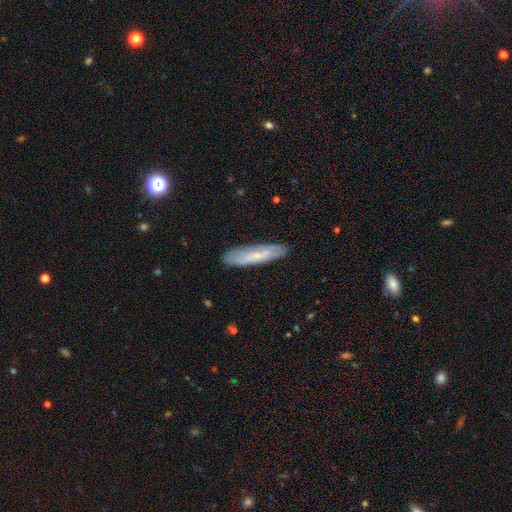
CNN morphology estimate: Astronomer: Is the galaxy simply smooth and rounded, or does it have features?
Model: smooth — 47% (runner-up: featured or disk, 45%).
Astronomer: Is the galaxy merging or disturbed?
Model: none — 84%.